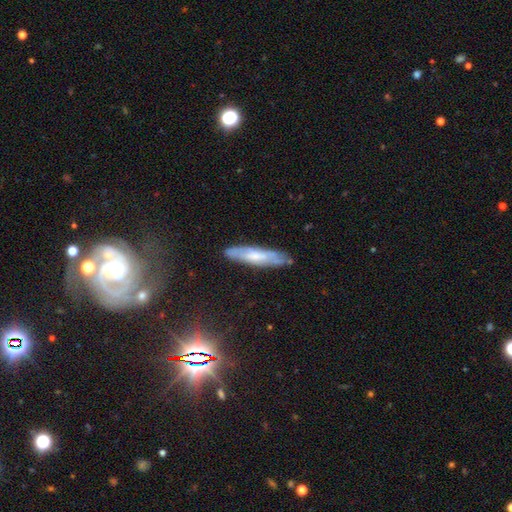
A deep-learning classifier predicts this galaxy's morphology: The model was most divided on "smooth or featured": featured or disk: 49%, smooth: 43%, star or artifact: 8%. More confident: merging — none (78%).